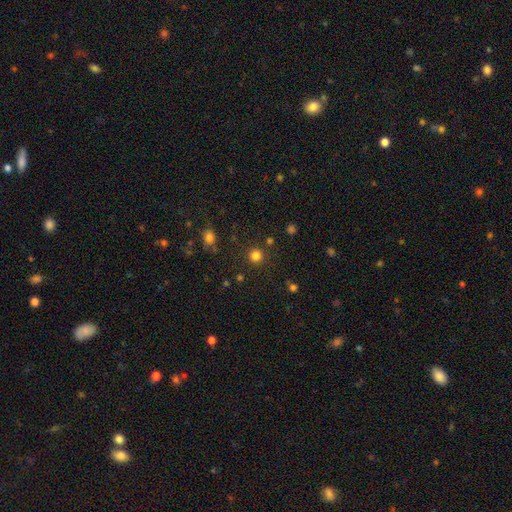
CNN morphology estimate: Smooth or featured: smooth — 80% (star or artifact — 16%)
How rounded: round — 94% (in between — 5%)
Merging: none — 89% (minor disturbance — 6%)